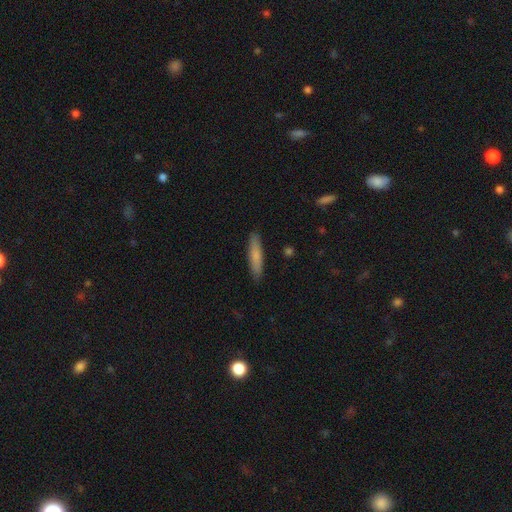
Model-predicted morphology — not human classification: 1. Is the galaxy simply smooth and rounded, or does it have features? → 75% smooth, 20% featured or disk, 6% star or artifact.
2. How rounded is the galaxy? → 86% cigar-shaped, 12% in between, 1% round.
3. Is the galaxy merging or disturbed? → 89% none, 8% minor disturbance, 2% major disturbance, 1% merger.